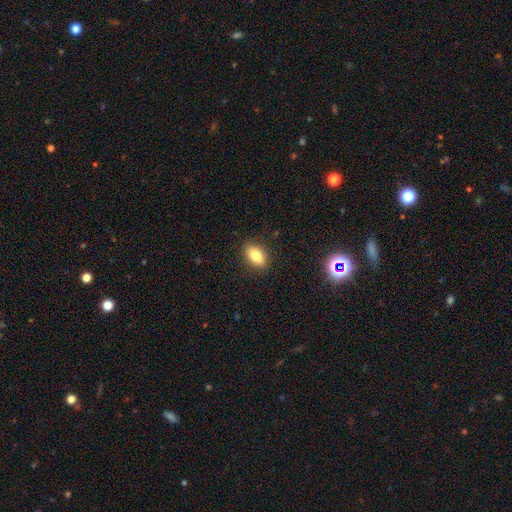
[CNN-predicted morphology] smooth-or-featured: smooth: 81% | featured or disk: 10% | star or artifact: 9%
  how-rounded: in between: 86% | round: 9% | cigar-shaped: 5%
  merging: none: 87% | minor disturbance: 10% | major disturbance: 2% | merger: 1%